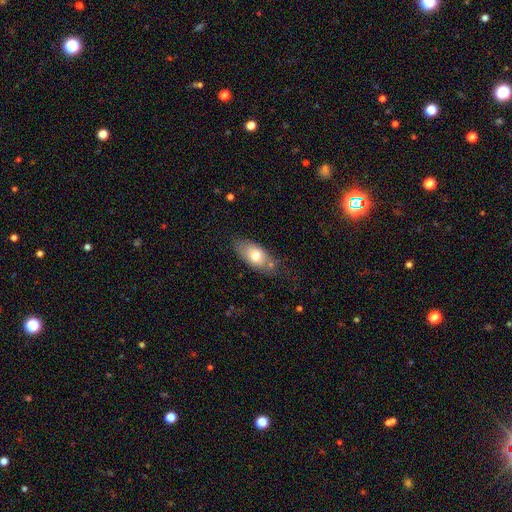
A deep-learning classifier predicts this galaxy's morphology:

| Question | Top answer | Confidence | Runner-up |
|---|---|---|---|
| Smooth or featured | smooth | 70% | featured or disk (23%) |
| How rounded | in between | 88% | cigar-shaped (6%) |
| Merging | none | 65% | minor disturbance (22%) |